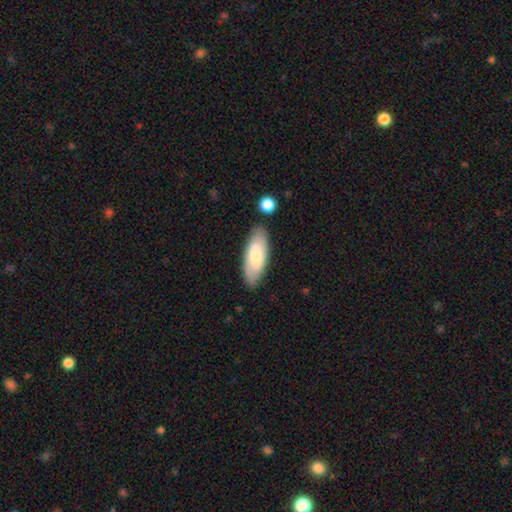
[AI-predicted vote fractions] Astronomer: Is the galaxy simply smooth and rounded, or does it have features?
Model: smooth — 69%.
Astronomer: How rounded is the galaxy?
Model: in between — 78%.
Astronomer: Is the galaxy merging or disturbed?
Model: none — 78%.